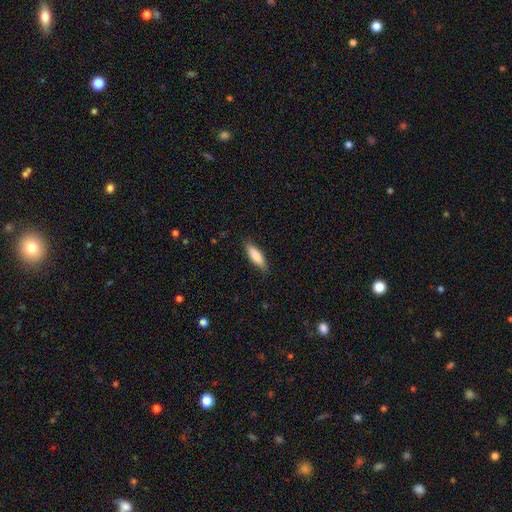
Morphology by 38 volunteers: A smooth galaxy with no disk features (92%) that is cigar-shaped (54%). Merging: none (84%).